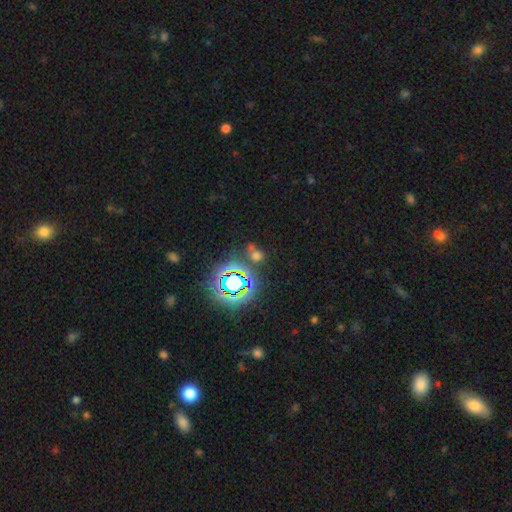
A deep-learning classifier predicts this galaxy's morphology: A star or artifact, not a galaxy (48%).

Vote fractions:
- Smooth or featured? star or artifact: 48% / smooth: 42% / featured or disk: 10%